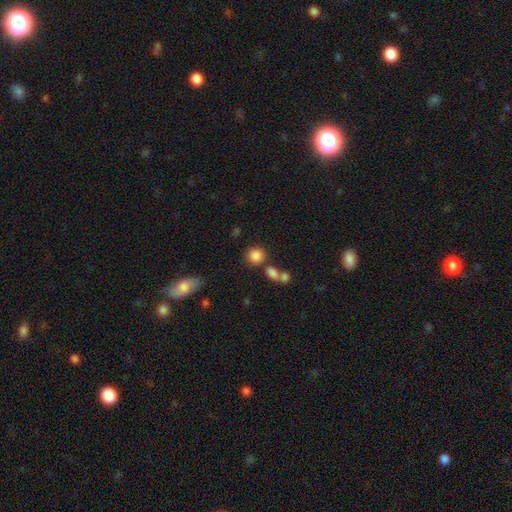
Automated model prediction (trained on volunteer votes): This is clearly a smooth galaxy (84%). How rounded: clearly round (84%). Merging: likely none (66%).